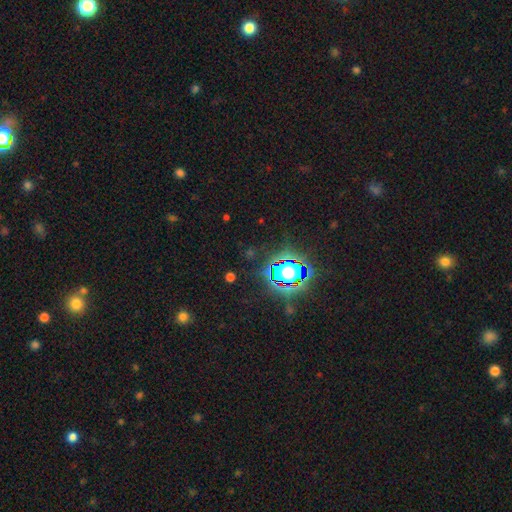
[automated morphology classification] type=star or artifact (80%).